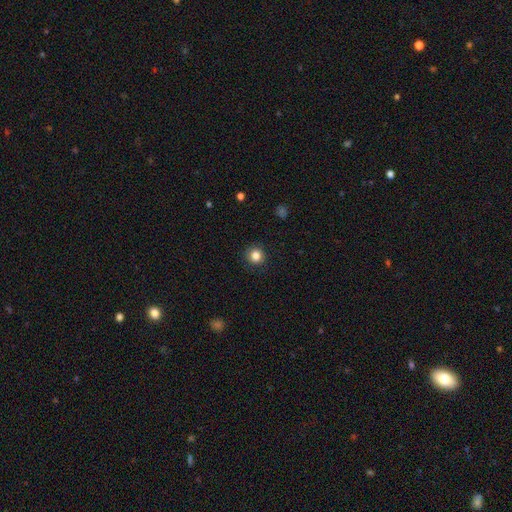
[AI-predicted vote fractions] smooth 84%, star or artifact 11%, featured or disk 5%. Down the decision tree: how rounded — round (92%); merging — none (90%).